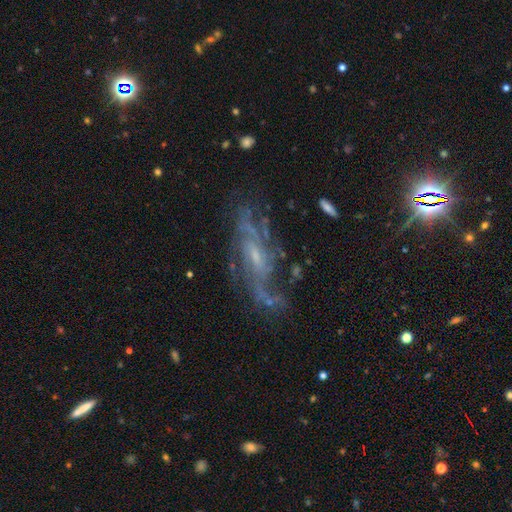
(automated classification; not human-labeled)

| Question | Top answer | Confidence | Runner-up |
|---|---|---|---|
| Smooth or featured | featured or disk | 75% | star or artifact (14%) |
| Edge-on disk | no | 78% | yes (22%) |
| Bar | no | 51% | weak (36%) |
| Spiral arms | yes | 83% | no (17%) |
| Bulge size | small | 64% | moderate (23%) |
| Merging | none | 60% | minor disturbance (19%) |